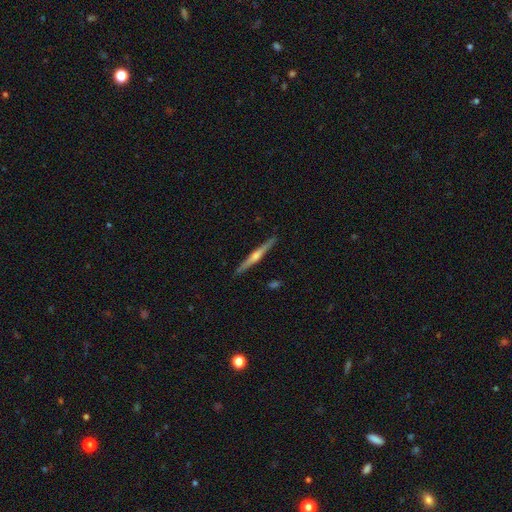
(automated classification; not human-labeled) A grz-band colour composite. It shows a featured or disk galaxy (77%) viewed edge-on (98%) with a rounded central bulge (85%). Merging: none (92%).